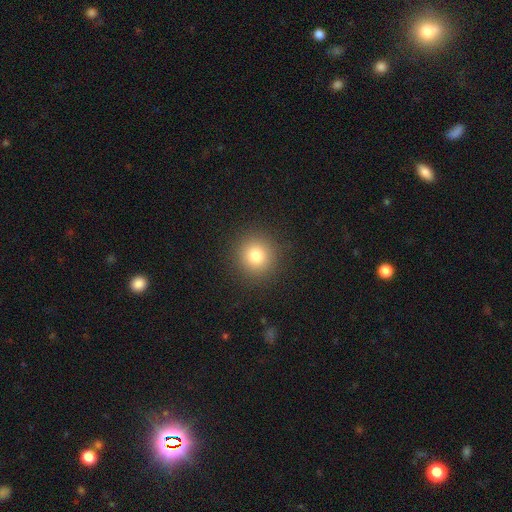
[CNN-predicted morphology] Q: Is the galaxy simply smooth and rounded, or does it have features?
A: smooth — 80%.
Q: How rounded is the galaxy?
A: round — 93%.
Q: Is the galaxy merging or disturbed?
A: none — 91%.